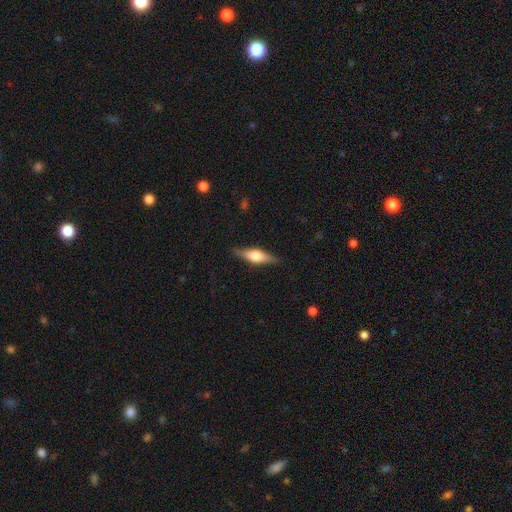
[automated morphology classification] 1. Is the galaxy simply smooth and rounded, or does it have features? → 56% featured or disk, 37% smooth, 6% star or artifact.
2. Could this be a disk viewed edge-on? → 94% yes, 6% no.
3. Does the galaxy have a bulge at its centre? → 89% rounded, 9% boxy, 2% none.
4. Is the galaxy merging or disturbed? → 86% none, 11% minor disturbance, 2% major disturbance, 1% merger.